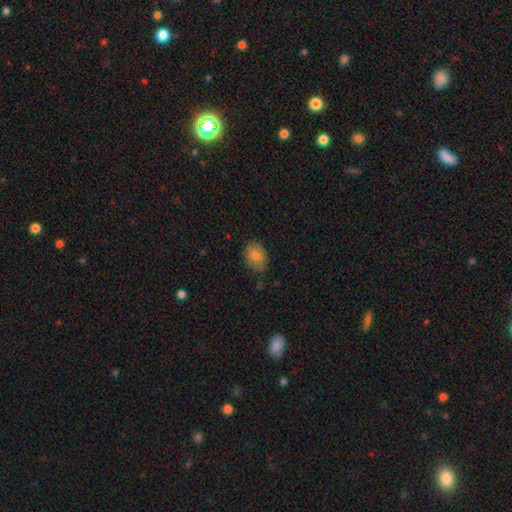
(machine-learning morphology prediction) This is likely a smooth galaxy (78%). How rounded: likely in between (60%). Merging: clearly none (81%).